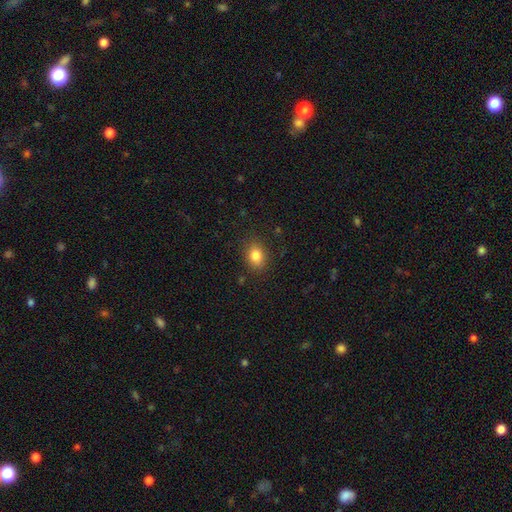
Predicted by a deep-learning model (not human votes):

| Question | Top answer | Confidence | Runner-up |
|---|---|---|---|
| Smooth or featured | smooth | 83% | star or artifact (10%) |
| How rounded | in between | 62% | round (37%) |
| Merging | none | 85% | minor disturbance (11%) |